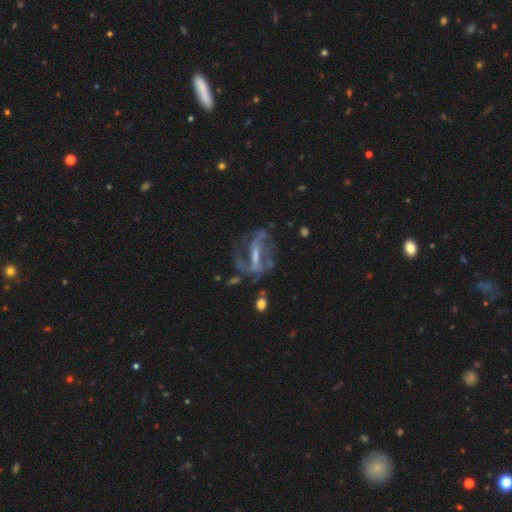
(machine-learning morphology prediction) The model was most divided on "bulge size": small: 40%, moderate: 30%, none: 24%, large: 4%, dominant: 1%. More confident: edge-on disk — no (84%); smooth or featured — featured or disk (77%); spiral arms — yes (76%); bar — strong (53%); merging — none (51%).